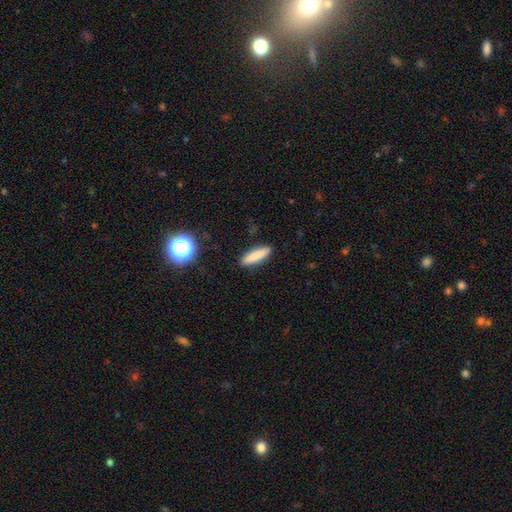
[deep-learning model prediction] Smooth or featured?
  - smooth: 84% *
  - featured or disk: 9%
  - star or artifact: 7%
How rounded?
  - cigar-shaped: 74% *
  - in between: 25%
  - round: 2%
Merging?
  - none: 90% *
  - minor disturbance: 7%
  - major disturbance: 2%
  - merger: 1%